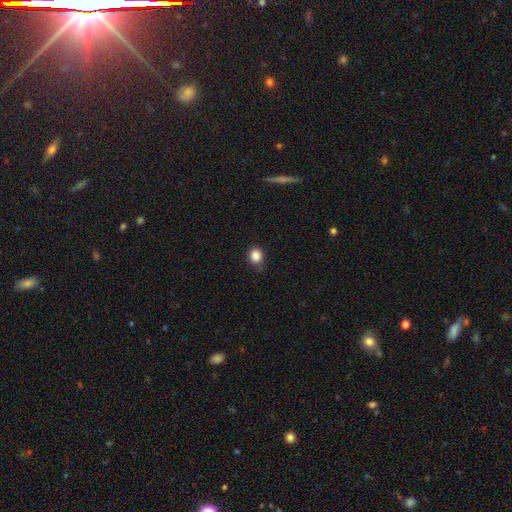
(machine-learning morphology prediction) Smooth or featured: smooth — 85% (star or artifact — 11%)
How rounded: round — 75% (in between — 24%)
Merging: none — 74% (minor disturbance — 20%)